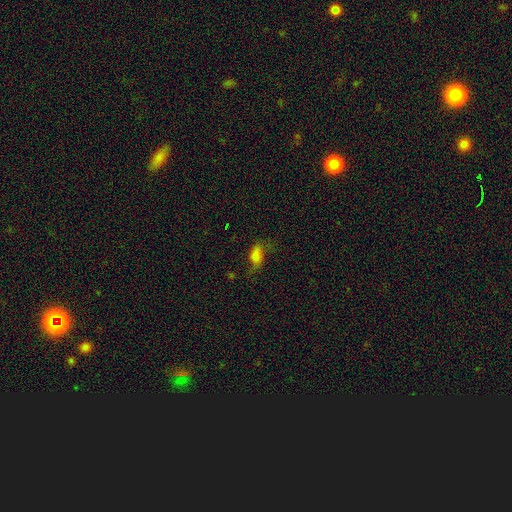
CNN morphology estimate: Q: Smooth or featured?
A: smooth (67%); runner-up: featured or disk (18%)
Q: How rounded?
A: in between (87%); runner-up: round (7%)
Q: Merging?
A: none (46%); runner-up: minor disturbance (28%)